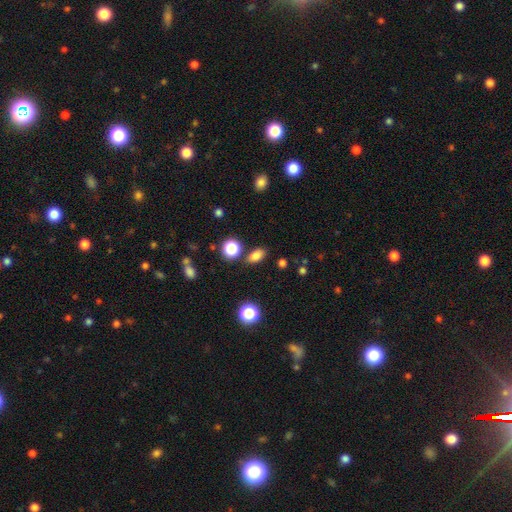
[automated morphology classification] smooth 81%, star or artifact 13%, featured or disk 6%. Down the decision tree: how rounded — in between (81%); merging — none (79%).